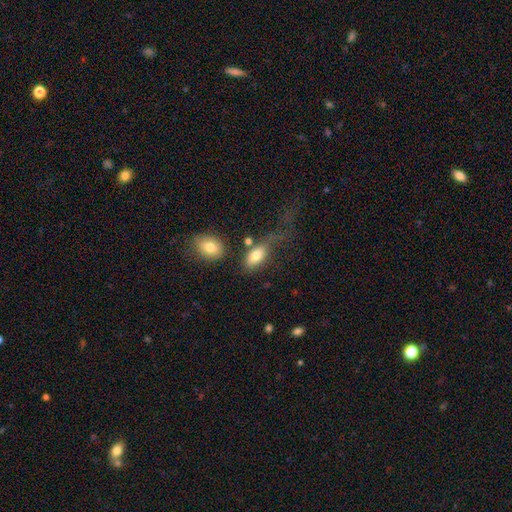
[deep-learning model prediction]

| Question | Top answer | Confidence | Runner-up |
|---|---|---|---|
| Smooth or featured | smooth | 78% | featured or disk (14%) |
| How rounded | in between | 88% | round (7%) |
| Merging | none | 43% | major disturbance (22%) |